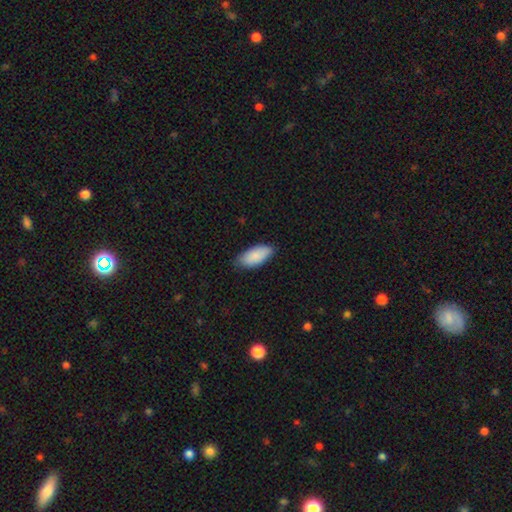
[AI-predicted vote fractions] Smooth or featured? smooth (87%)
How rounded? in between (92%)
Merging? none (78%)